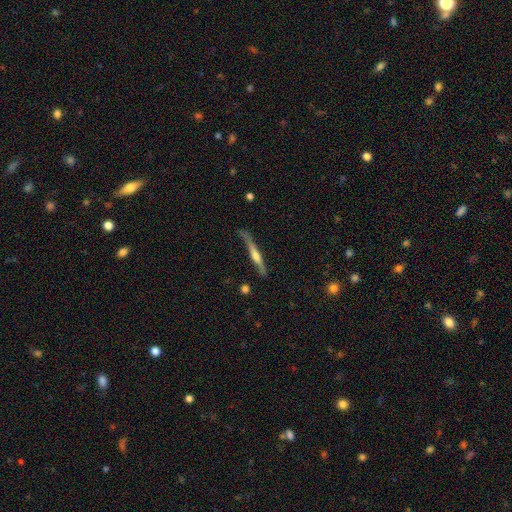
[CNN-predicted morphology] A featured or disk galaxy (62%) viewed edge-on (94%) with a rounded central bulge (62%).

Vote fractions:
- Smooth or featured? featured or disk: 62% / smooth: 33% / star or artifact: 6%
- Edge-on disk? yes: 94% / no: 6%
- Edge-on bulge? rounded: 62% / none: 20% / boxy: 19%
- Merging? none: 64% / minor disturbance: 24% / major disturbance: 8% / merger: 4%